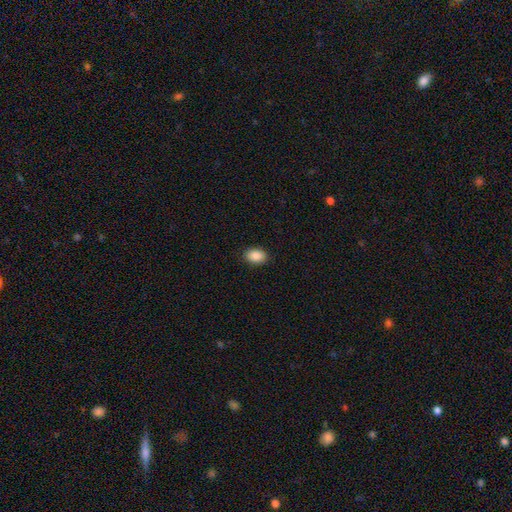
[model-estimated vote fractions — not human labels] Smooth or featured?
  - smooth: 89% *
  - star or artifact: 8%
  - featured or disk: 4%
How rounded?
  - in between: 79% *
  - round: 20%
  - cigar-shaped: 1%
Merging?
  - none: 90% *
  - minor disturbance: 7%
  - major disturbance: 2%
  - merger: 1%